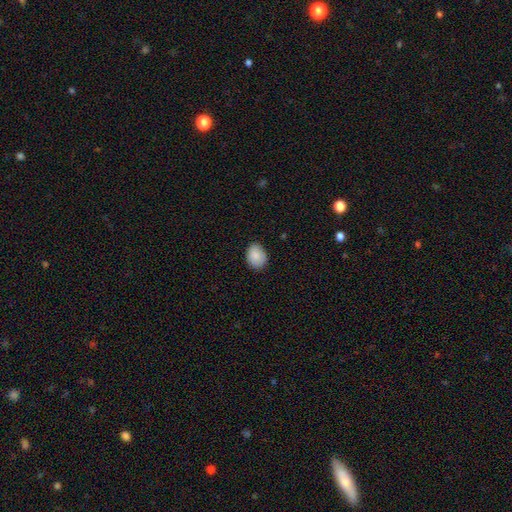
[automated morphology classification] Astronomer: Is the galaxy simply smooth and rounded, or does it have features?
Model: smooth — 87%.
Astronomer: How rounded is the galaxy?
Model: in between — 65%.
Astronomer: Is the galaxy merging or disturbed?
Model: none — 84%.